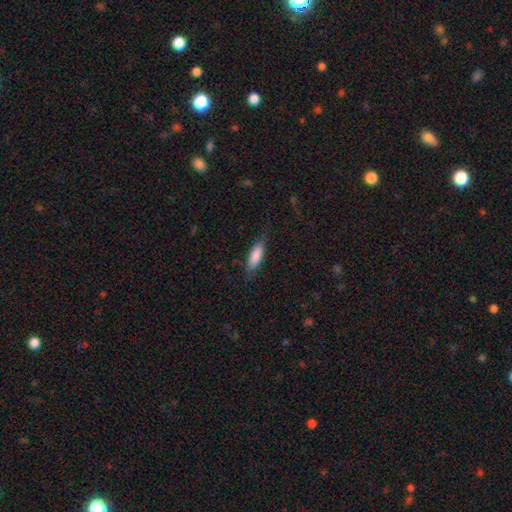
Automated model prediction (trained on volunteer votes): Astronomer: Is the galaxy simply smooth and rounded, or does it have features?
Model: smooth — 84%.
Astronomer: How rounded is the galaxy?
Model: in between — 63%.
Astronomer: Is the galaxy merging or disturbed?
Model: none — 79%.